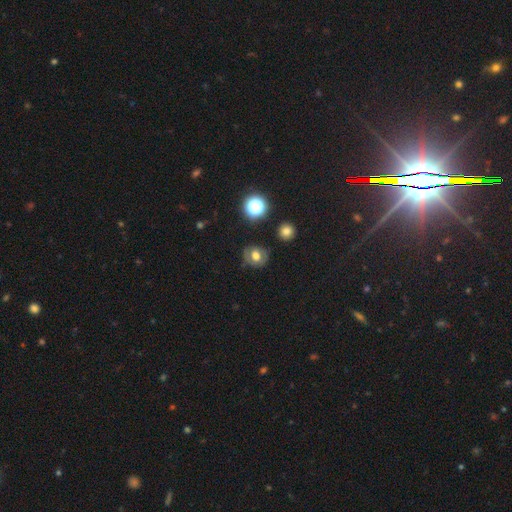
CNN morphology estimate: This appears to be a smooth galaxy with no disk features (58%) that is round (73%). Merging: none (80%).